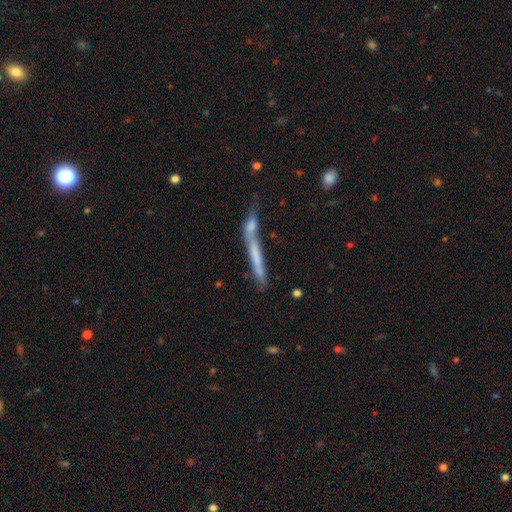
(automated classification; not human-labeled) A smooth galaxy with no disk features (47%). Merging: none (45%).